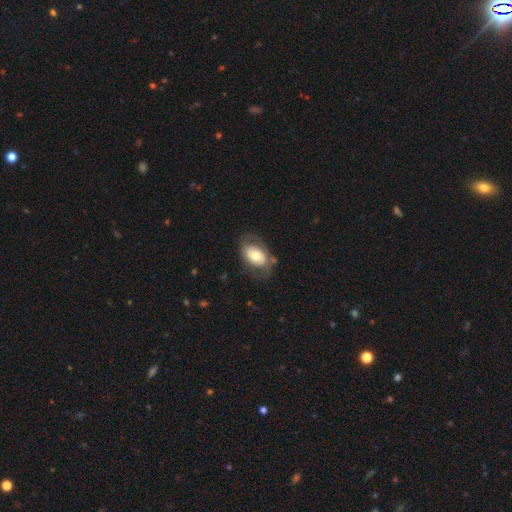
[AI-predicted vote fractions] Smooth or featured: smooth — 57% (featured or disk — 36%)
How rounded: in between — 86% (round — 13%)
Merging: none — 62% (minor disturbance — 23%)